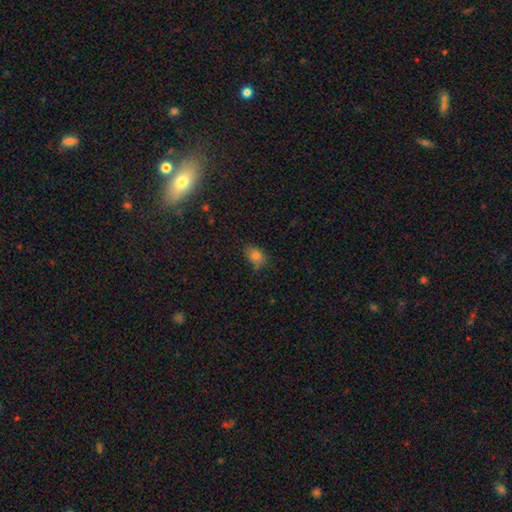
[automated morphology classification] Overall: smooth (78%). How rounded: in between (74%). Merging: none (65%).